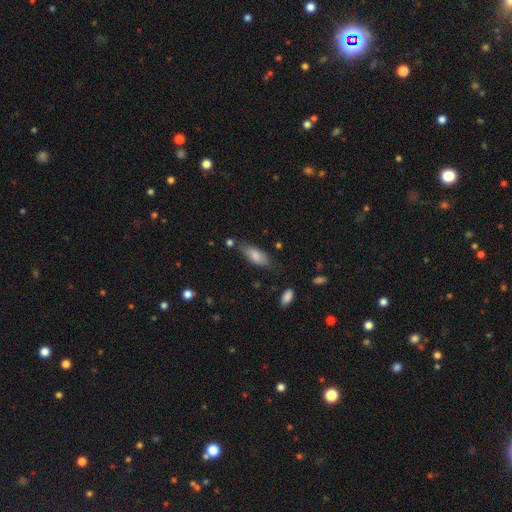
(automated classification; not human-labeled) This appears to be a smooth galaxy with no disk features (79%) that is in between round and cigar-shaped (73%). Merging: none (69%).